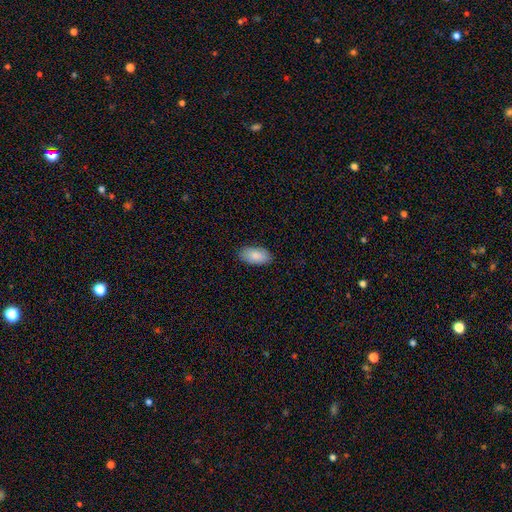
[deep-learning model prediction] smooth-or-featured: smooth: 87% | featured or disk: 7% | star or artifact: 6%
  how-rounded: in between: 95% | cigar-shaped: 3% | round: 3%
  merging: none: 87% | minor disturbance: 10% | major disturbance: 2% | merger: 1%